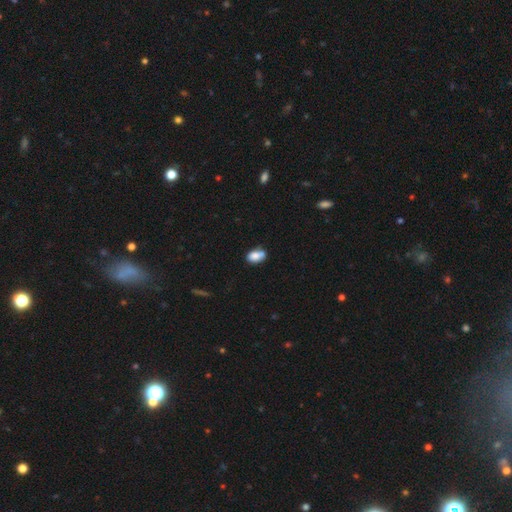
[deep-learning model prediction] The model was most divided on "merging": none: 54%, minor disturbance: 25%, merger: 15%, major disturbance: 6%. More confident: how rounded — in between (88%); smooth or featured — smooth (82%).